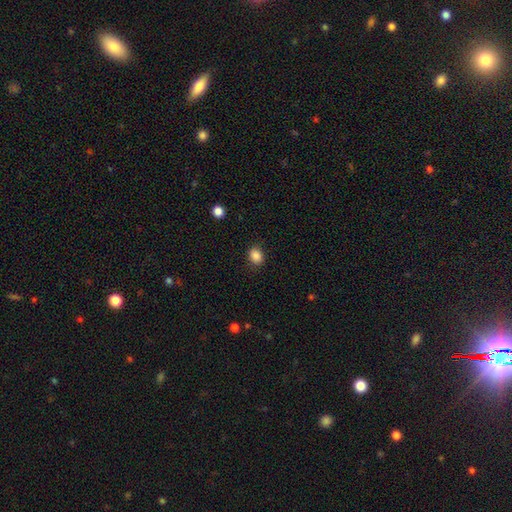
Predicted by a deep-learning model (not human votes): A smooth galaxy with no disk features (87%) that is in between round and cigar-shaped (53%).

Vote fractions:
- Smooth or featured? smooth: 87% / star or artifact: 10% / featured or disk: 3%
- How rounded? in between: 53% / round: 46% / cigar-shaped: 1%
- Merging? none: 85% / minor disturbance: 11% / major disturbance: 3% / merger: 1%